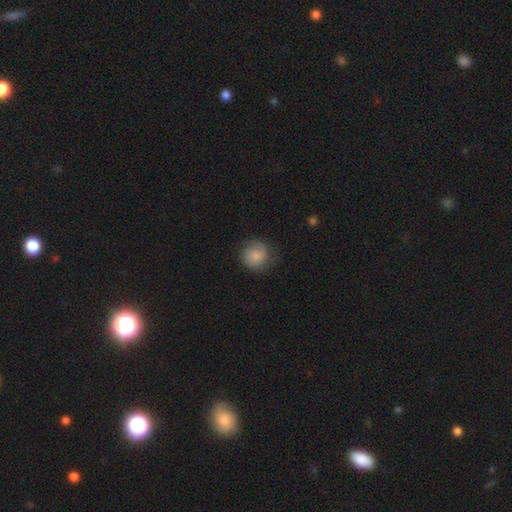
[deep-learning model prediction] Smooth or featured? smooth (76%)
How rounded? round (88%)
Merging? none (70%)